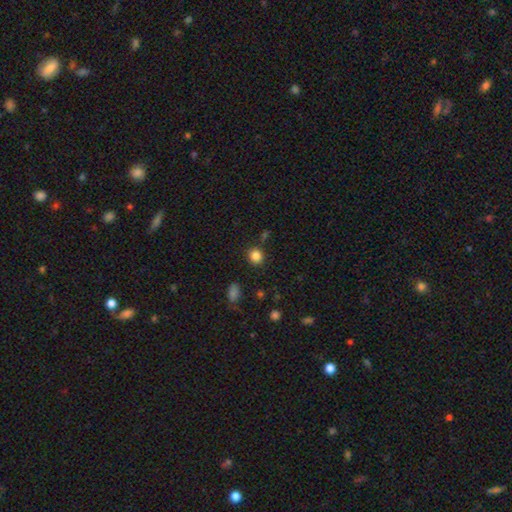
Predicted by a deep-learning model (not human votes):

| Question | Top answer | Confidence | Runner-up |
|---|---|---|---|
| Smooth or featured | smooth | 85% | star or artifact (11%) |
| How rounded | round | 86% | in between (13%) |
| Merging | none | 84% | minor disturbance (9%) |